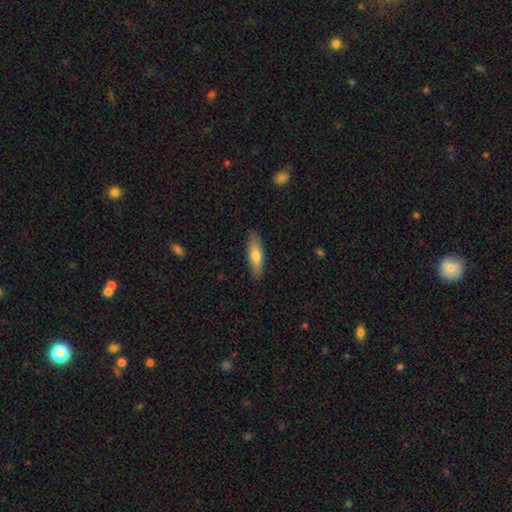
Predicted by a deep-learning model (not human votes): smooth_or_featured: smooth (p=0.69) [alt: featured or disk p=0.25]
how_rounded: cigar-shaped (p=0.51) [alt: in between p=0.47]
merging: none (p=0.87) [alt: minor disturbance p=0.10]